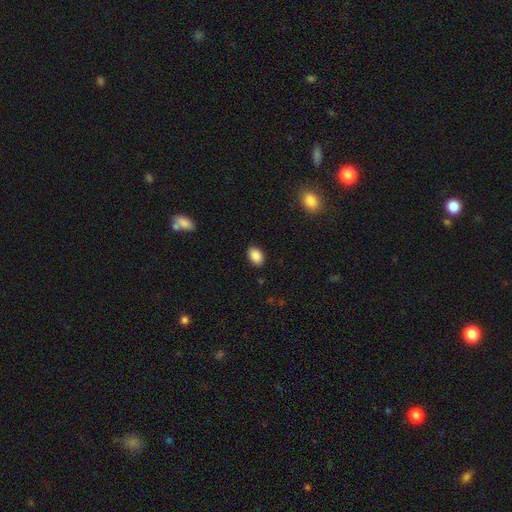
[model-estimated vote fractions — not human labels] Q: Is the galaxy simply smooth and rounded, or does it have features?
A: smooth — 88%.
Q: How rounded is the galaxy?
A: in between — 83%.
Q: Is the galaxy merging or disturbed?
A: none — 88%.